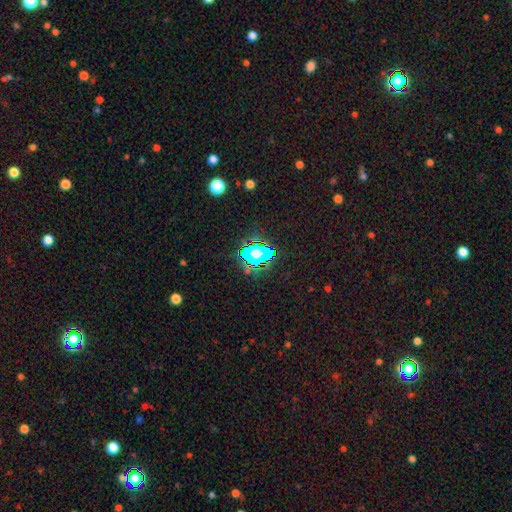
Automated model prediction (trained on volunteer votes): Overall: star or artifact (50%; smooth 37%).